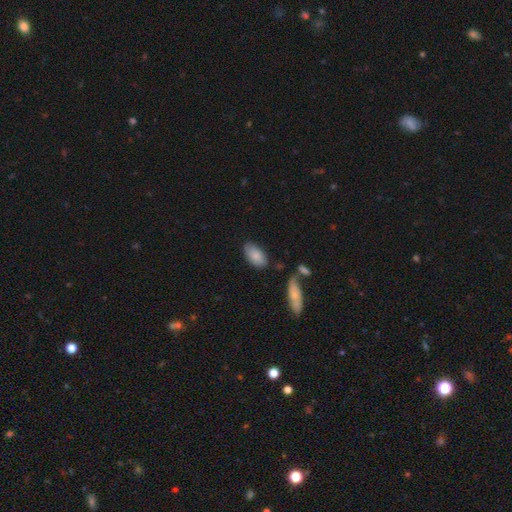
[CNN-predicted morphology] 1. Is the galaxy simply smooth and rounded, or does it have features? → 81% smooth, 12% featured or disk, 7% star or artifact.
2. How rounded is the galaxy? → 93% in between, 4% cigar-shaped, 3% round.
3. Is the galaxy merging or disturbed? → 72% none, 19% minor disturbance, 5% merger, 4% major disturbance.